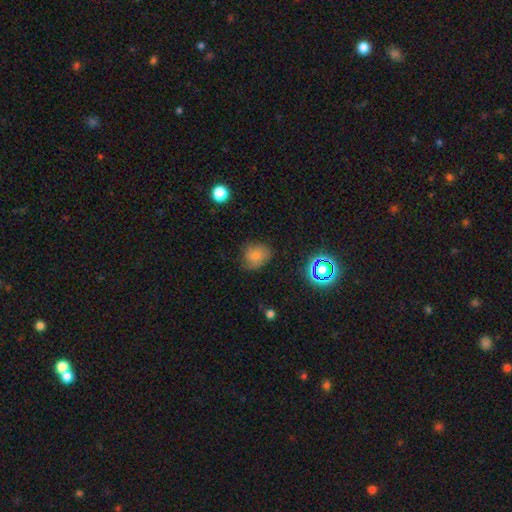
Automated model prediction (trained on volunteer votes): This appears to be a smooth galaxy with no disk features (75%) that is round (66%). Merging: none (69%).